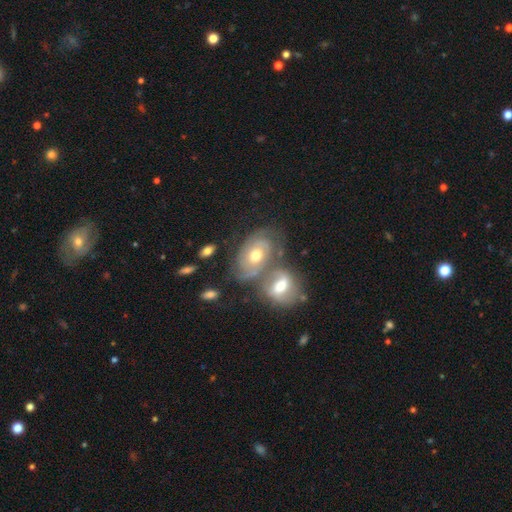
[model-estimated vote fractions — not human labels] This is likely a featured or disk galaxy (71%). It is clearly not viewed edge-on (95%). Bar: likely no (70%). Spiral arm pattern: clearly yes (85%). Spiral arm count: possibly 2 (46%). Spiral winding: possibly tight (58%). Central bulge: likely moderate (73%). Merging: marginally merger (40%).